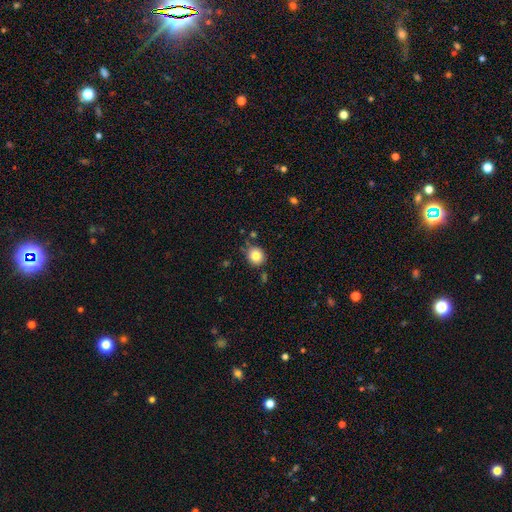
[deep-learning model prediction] This is clearly a smooth galaxy (83%). How rounded: clearly round (84%). Merging: likely none (79%).